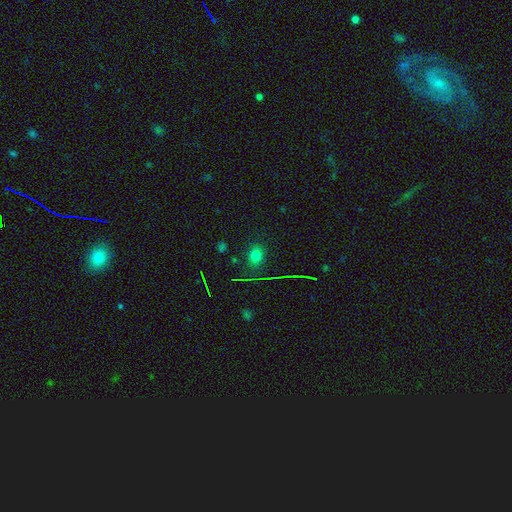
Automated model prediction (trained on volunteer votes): This is likely a smooth galaxy (70%). How rounded: possibly in between (50%). Merging: clearly none (84%).